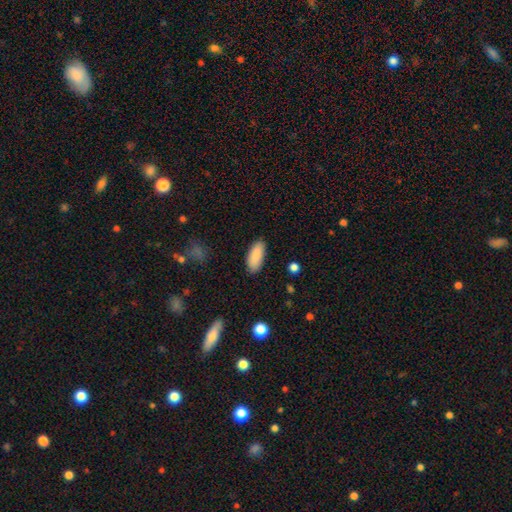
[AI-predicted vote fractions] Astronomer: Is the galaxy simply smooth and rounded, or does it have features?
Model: smooth — 89%.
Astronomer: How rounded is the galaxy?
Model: in between — 84%.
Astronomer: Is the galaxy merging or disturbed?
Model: none — 86%.